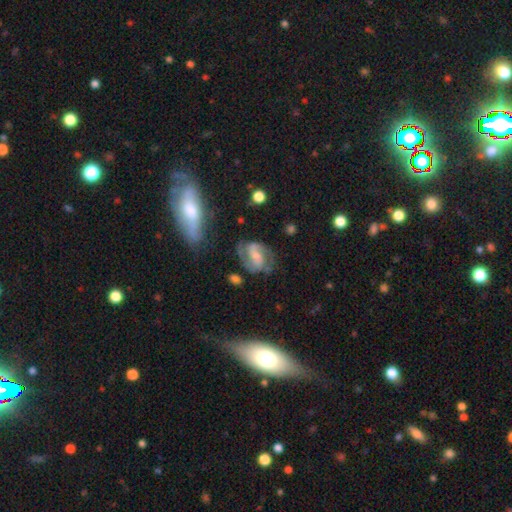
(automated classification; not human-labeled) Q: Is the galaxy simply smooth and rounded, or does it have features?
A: featured or disk — 79%.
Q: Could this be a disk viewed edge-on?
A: no — 97%.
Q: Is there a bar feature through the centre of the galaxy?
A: weak — 45%.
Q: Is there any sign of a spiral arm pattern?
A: yes — 93%.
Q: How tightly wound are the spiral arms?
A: medium — 53%.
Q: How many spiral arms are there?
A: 2 — 85%.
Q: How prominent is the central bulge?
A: small — 51%.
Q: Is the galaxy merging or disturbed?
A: none — 65%.